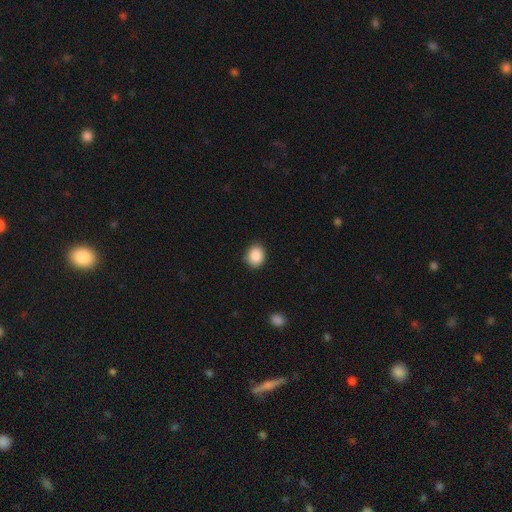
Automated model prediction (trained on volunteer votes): Smooth or featured: smooth — 88% (star or artifact — 8%)
How rounded: round — 61% (in between — 39%)
Merging: none — 85% (minor disturbance — 12%)